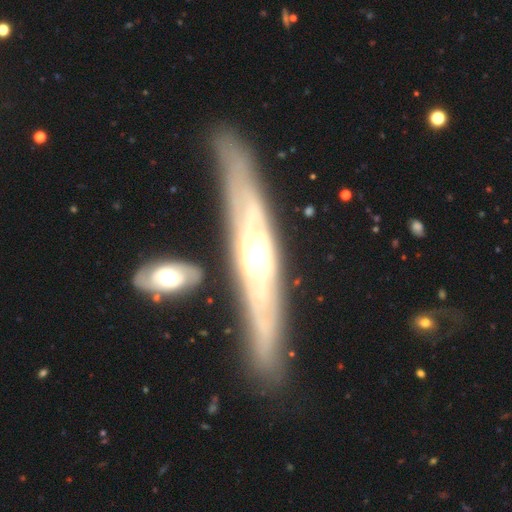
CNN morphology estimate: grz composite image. It shows a featured or disk galaxy (82%) viewed edge-on (81%) with a rounded central bulge (74%). Merging: none (81%).